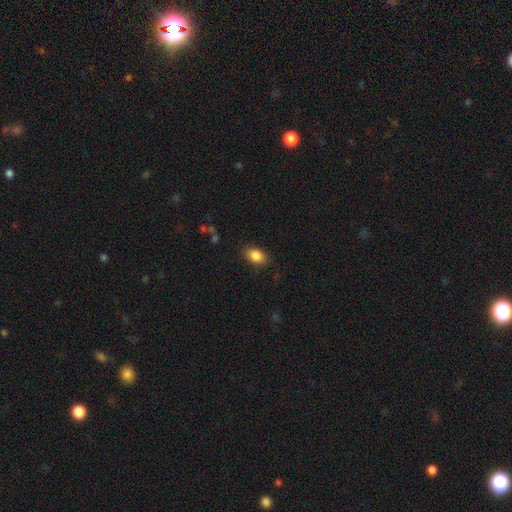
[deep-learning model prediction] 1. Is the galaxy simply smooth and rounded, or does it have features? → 87% smooth, 8% star or artifact, 5% featured or disk.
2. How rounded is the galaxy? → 85% in between, 13% round, 2% cigar-shaped.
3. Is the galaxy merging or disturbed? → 84% none, 11% minor disturbance, 3% major disturbance, 1% merger.